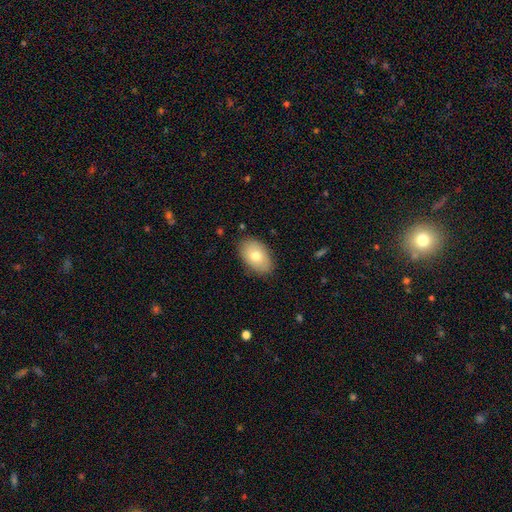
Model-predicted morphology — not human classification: smooth-or-featured: smooth: 74% | featured or disk: 19% | star or artifact: 7%
  how-rounded: in between: 90% | round: 9% | cigar-shaped: 1%
  merging: none: 83% | minor disturbance: 13% | major disturbance: 3% | merger: 1%